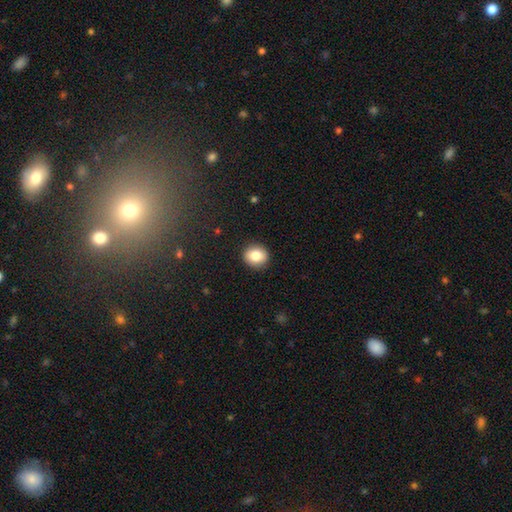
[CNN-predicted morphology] smooth 83%, star or artifact 9%, featured or disk 8%. Down the decision tree: how rounded — round (77%); merging — none (91%).